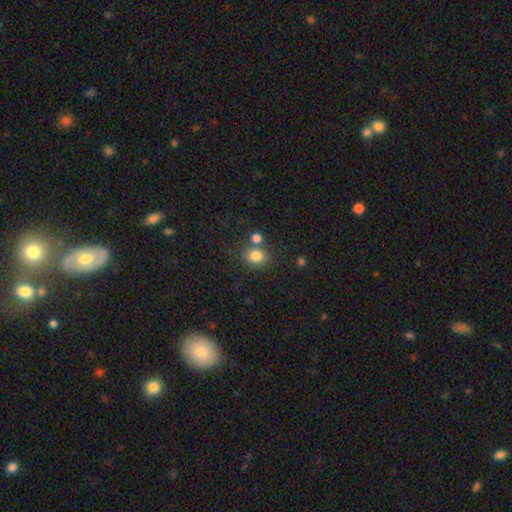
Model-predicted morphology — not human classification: Overall: smooth (81%). How rounded: round (67%; in between 32%). Merging: none (63%).